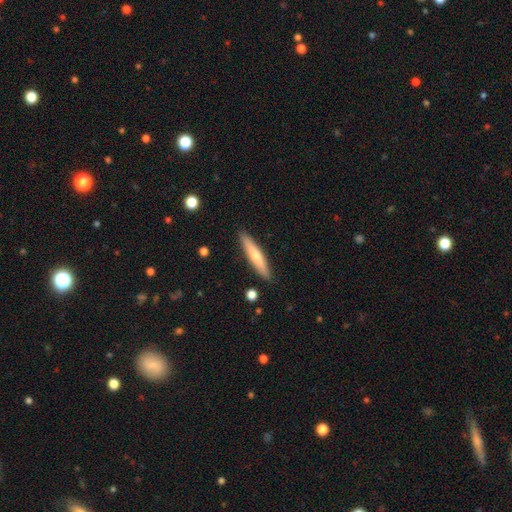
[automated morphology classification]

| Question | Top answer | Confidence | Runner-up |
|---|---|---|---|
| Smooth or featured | smooth | 63% | featured or disk (32%) |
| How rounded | cigar-shaped | 89% | in between (10%) |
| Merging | none | 89% | minor disturbance (8%) |